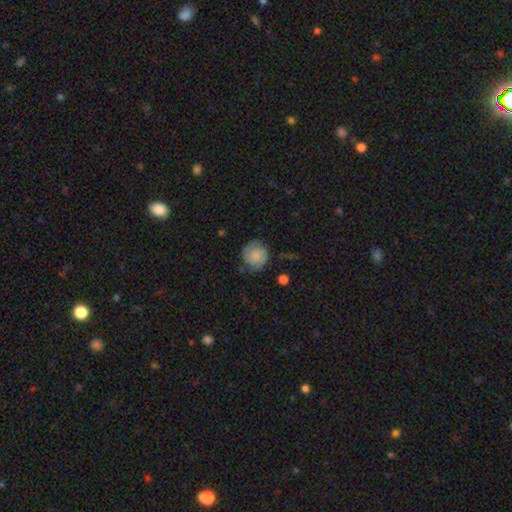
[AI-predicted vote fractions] This is possibly a smooth galaxy (54%). How rounded: clearly round (88%). Merging: likely none (71%).